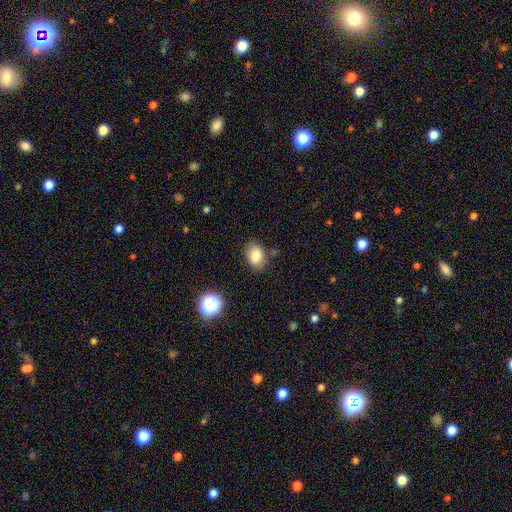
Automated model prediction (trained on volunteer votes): This is clearly a smooth galaxy (83%). How rounded: likely in between (72%). Merging: clearly none (81%).